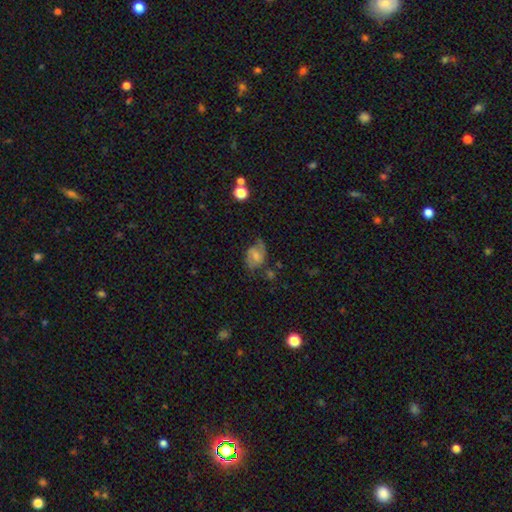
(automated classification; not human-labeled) The model was most divided on "bulge size": small: 40%, moderate: 36%, none: 16%, large: 6%, dominant: 2%. Remaining: edge-on disk — no (97%); spiral arms — yes (84%); smooth or featured — featured or disk (55%); merging — none (52%); bar — weak (49%).